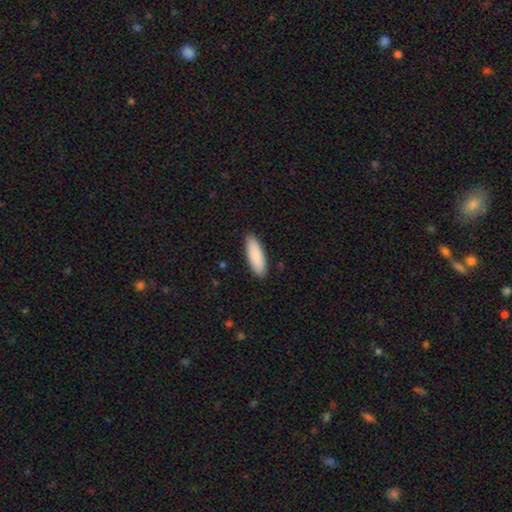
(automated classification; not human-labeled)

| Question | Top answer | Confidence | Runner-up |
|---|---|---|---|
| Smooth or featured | smooth | 90% | featured or disk (5%) |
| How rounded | in between | 59% | cigar-shaped (40%) |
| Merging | none | 90% | minor disturbance (8%) |